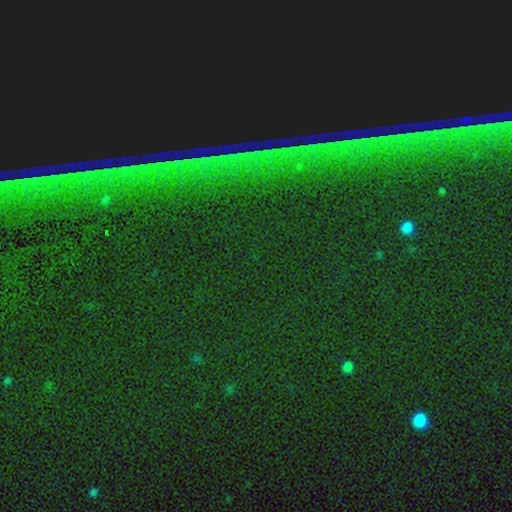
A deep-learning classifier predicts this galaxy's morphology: Smooth or featured?
  - star or artifact: 85% *
  - featured or disk: 8%
  - smooth: 8%